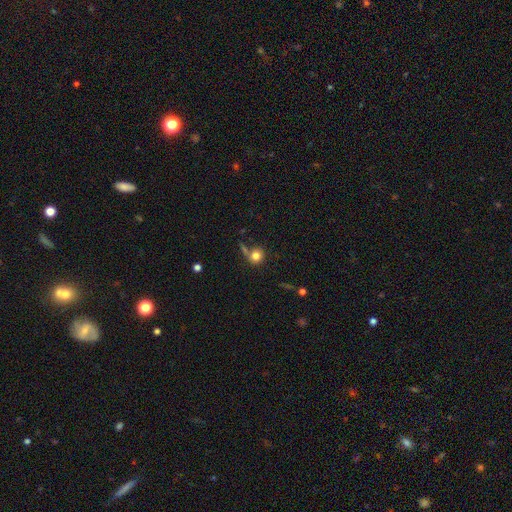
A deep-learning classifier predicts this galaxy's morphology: Overall: smooth (80%). How rounded: round (87%). Merging: none (61%).